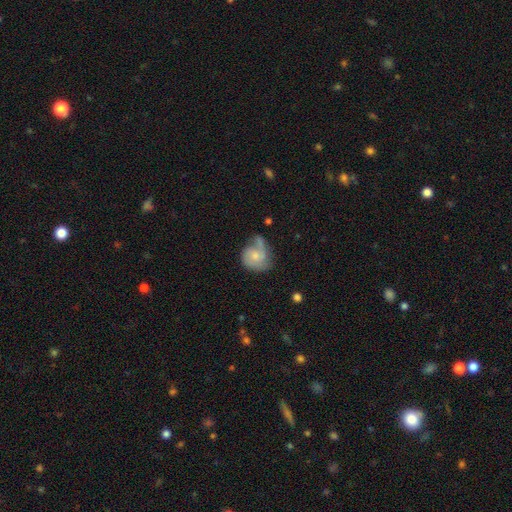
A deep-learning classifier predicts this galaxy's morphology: smooth_or_featured: featured or disk (p=0.56) [alt: smooth p=0.37]
disk_edge_on: no (p=0.97) [alt: yes p=0.03]
bar: no (p=0.74) [alt: weak p=0.23]
has_spiral_arms: yes (p=0.83) [alt: no p=0.17]
bulge_size: small (p=0.52) [alt: moderate p=0.38]
merging: none (p=0.41) [alt: minor disturbance p=0.30]